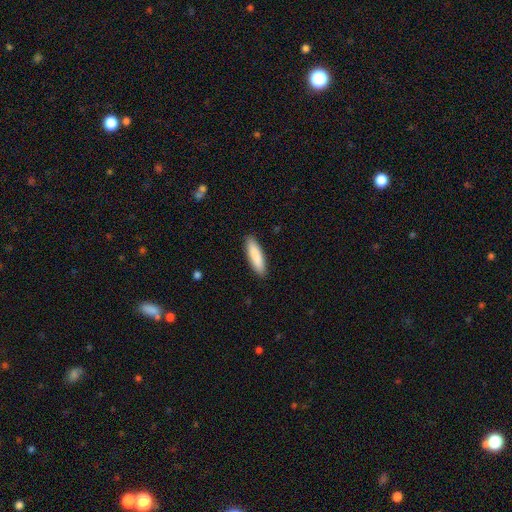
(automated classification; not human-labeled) Smooth or featured? Predicted: smooth (p=0.87). How rounded? Predicted: cigar-shaped (p=0.69). Merging? Predicted: none (p=0.90).